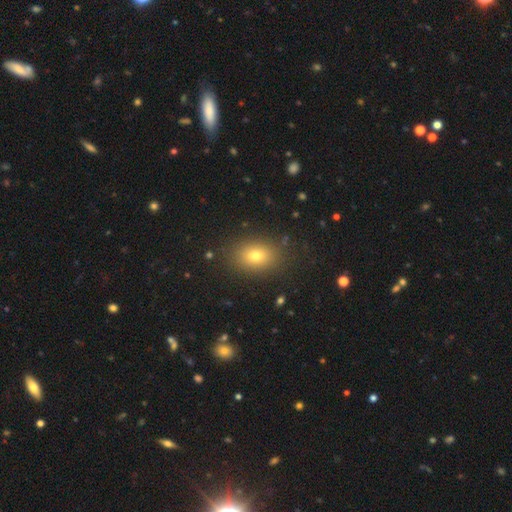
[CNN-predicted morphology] This is likely a smooth galaxy (75%). How rounded: likely in between (72%). Merging: clearly none (86%).